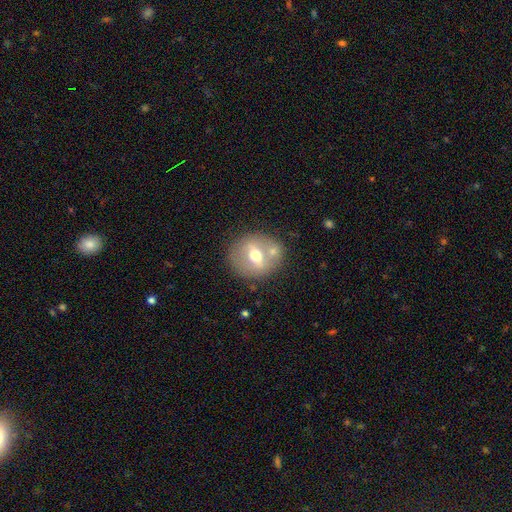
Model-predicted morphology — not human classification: Overall: featured or disk (48%; smooth 44%). Merging: none (70%).